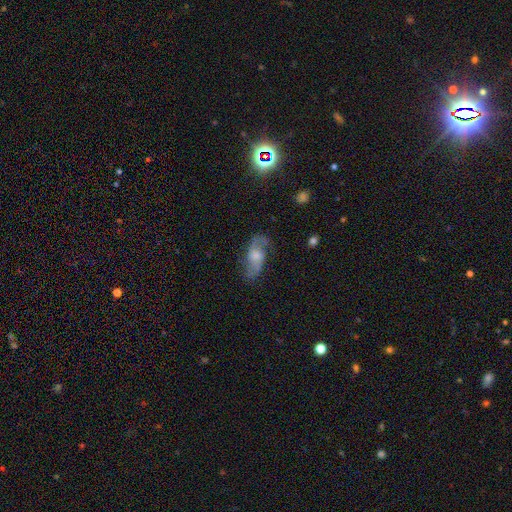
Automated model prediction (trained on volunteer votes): Overall: featured or disk (66%). Edge-on disk: no (92%). Bar: no (59%; weak 34%). Spiral arms: yes (87%). Spiral arm count: 2 (85%). Spiral winding: loose (52%; medium 37%). Bulge size: moderate (50%; small 34%). Merging: none (65%).